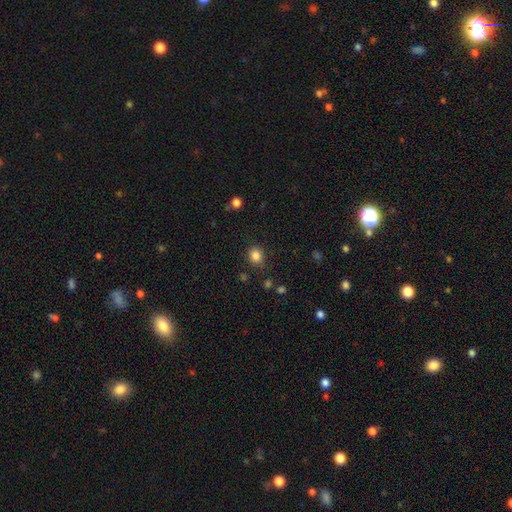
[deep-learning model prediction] Overall: smooth (84%). How rounded: round (73%). Merging: none (82%).